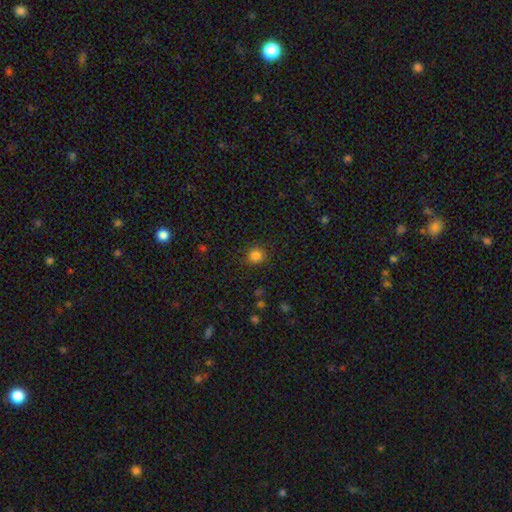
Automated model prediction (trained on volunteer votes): This appears to be a smooth galaxy with no disk features (83%) that is round (88%). Merging: none (87%).